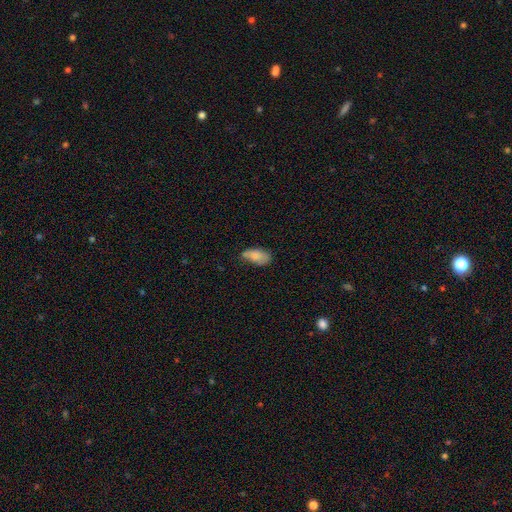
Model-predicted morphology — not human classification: A smooth galaxy with no disk features (78%) that is in between round and cigar-shaped (91%). Merging: none (51%).